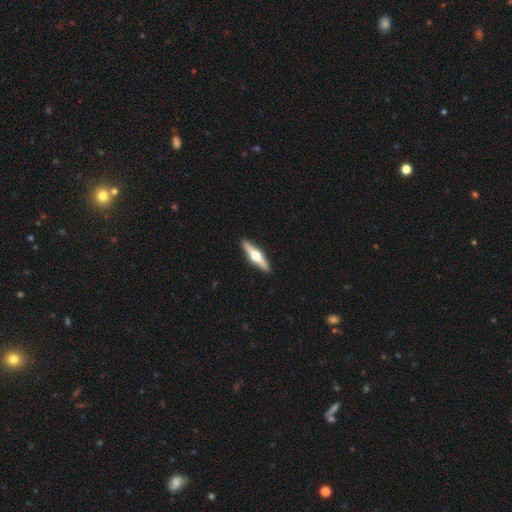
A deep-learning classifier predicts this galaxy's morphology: Smooth or featured?
  - featured or disk: 70% *
  - smooth: 26%
  - star or artifact: 5%
Edge-on disk?
  - yes: 97% *
  - no: 3%
Edge-on bulge?
  - rounded: 96% *
  - boxy: 2%
  - none: 2%
Merging?
  - none: 92% *
  - minor disturbance: 6%
  - major disturbance: 1%
  - merger: 1%